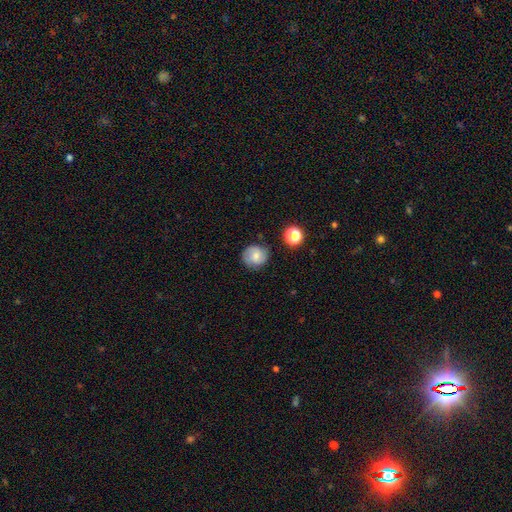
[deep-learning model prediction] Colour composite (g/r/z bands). It shows a smooth galaxy with no disk features (57%) that is round (87%). Merging: none (79%).